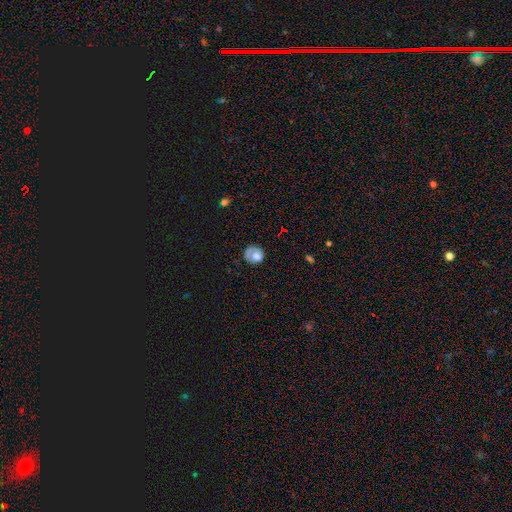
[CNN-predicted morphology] Overall: smooth (68%). How rounded: round (74%). Merging: none (53%; minor disturbance 25%).